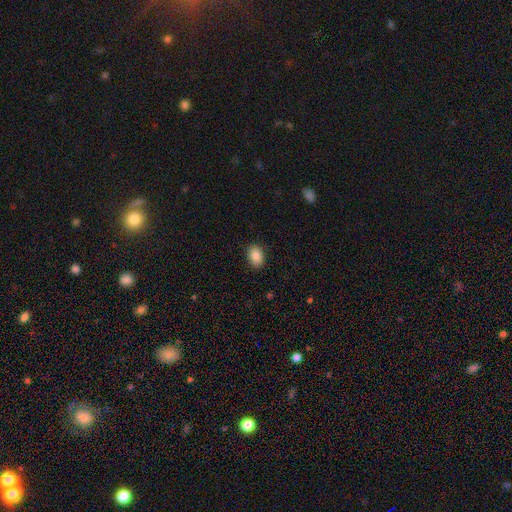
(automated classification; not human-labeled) Morphology: type=smooth (87%); roundness=in between (83%); merging=none (88%).